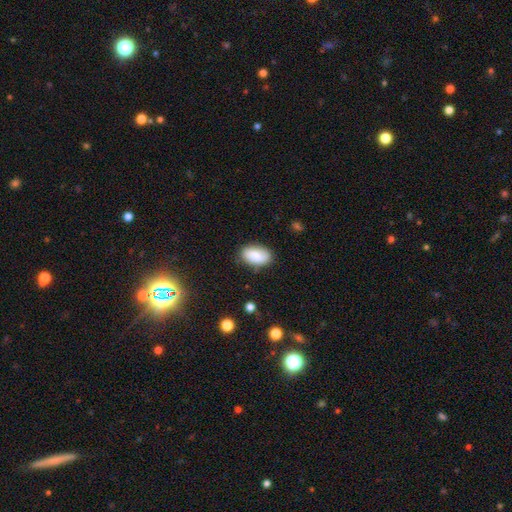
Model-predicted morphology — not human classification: Q: Smooth or featured?
A: smooth (82%); runner-up: featured or disk (11%)
Q: How rounded?
A: in between (93%); runner-up: round (5%)
Q: Merging?
A: none (79%); runner-up: minor disturbance (16%)